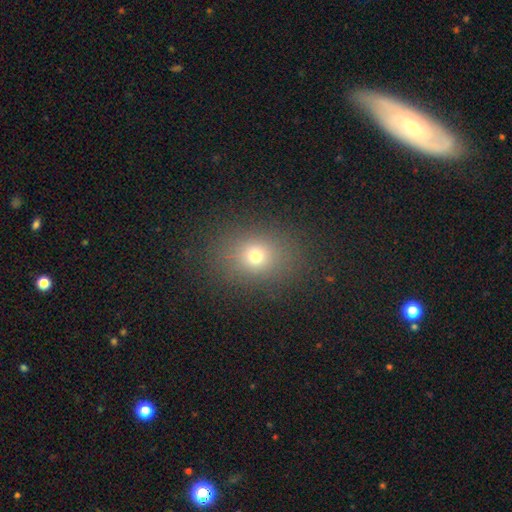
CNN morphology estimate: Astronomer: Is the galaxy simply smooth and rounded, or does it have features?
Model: smooth — 71%.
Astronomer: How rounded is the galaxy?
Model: in between — 50% (runner-up: round, 49%).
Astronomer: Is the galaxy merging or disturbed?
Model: none — 85%.